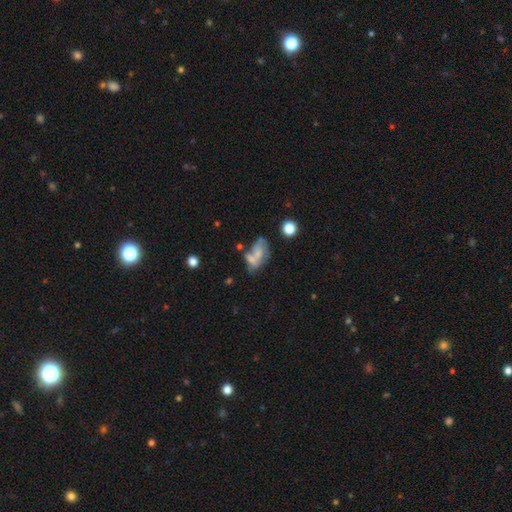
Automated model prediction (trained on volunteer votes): smooth-or-featured: smooth: 47% | featured or disk: 41% | star or artifact: 12%
  merging: merger: 34% | none: 24% | major disturbance: 23% | minor disturbance: 19%